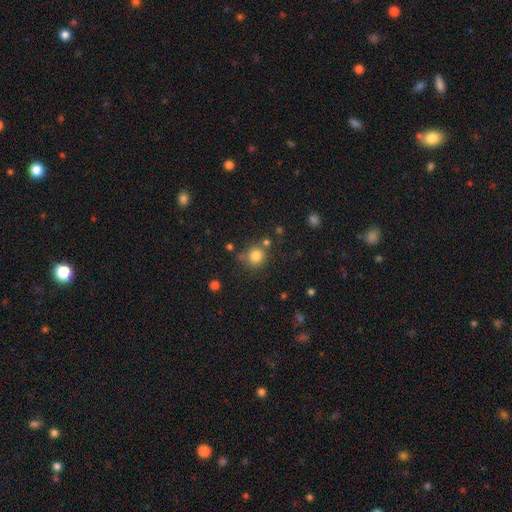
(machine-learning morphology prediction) Smooth or featured? smooth (81%)
How rounded? round (88%)
Merging? none (71%)